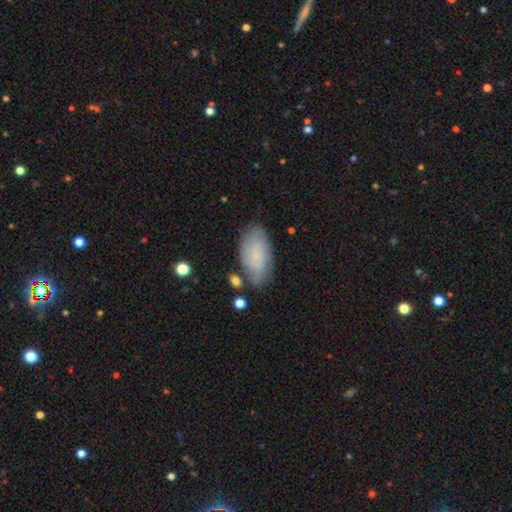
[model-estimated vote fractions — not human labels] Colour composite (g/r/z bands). It shows a smooth galaxy with no disk features (59%) that is in between round and cigar-shaped (93%). Merging: none (68%).